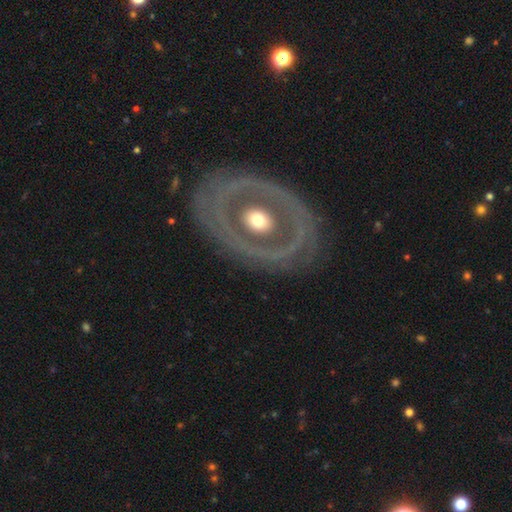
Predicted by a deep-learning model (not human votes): featured or disk 75%, smooth 19%, star or artifact 6%. Down the decision tree: edge-on disk — no (92%); bar — no (75%); spiral arms — no (77%); bulge size — moderate (72%); merging — none (81%).